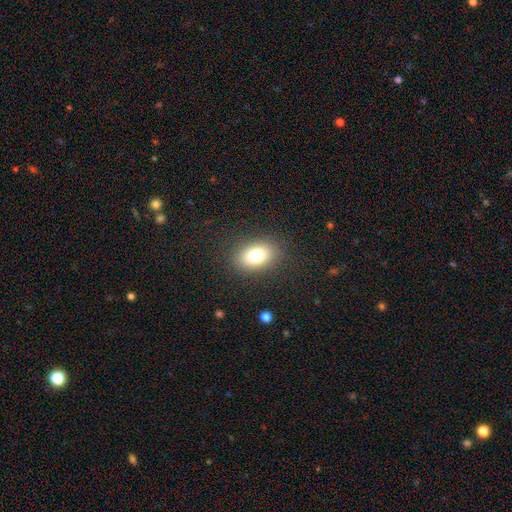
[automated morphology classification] This appears to be a smooth galaxy with no disk features (77%) that is in between round and cigar-shaped (77%). Merging: none (86%).